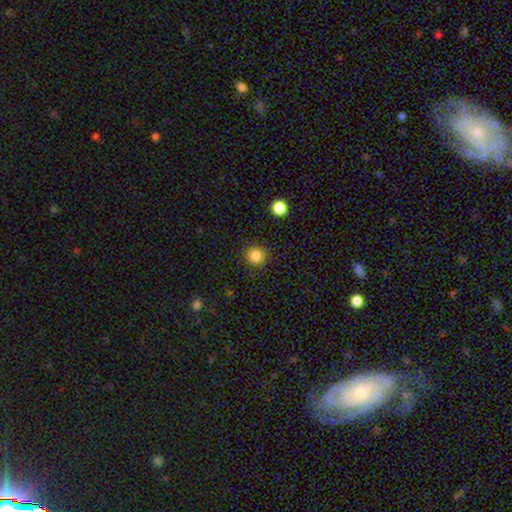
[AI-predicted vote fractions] The model was most divided on "smooth or featured": smooth: 84%, star or artifact: 12%, featured or disk: 4%. More confident: how rounded — round (94%); merging — none (89%).